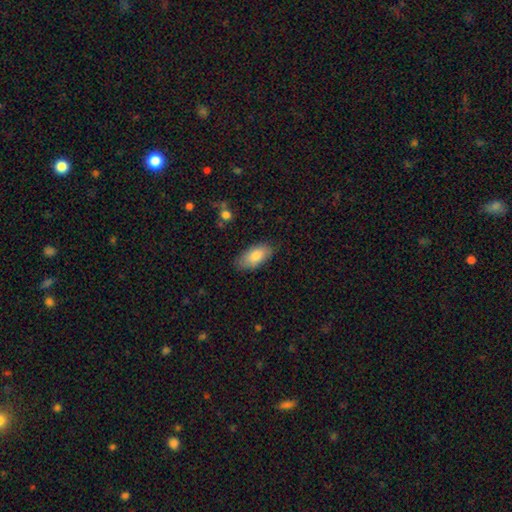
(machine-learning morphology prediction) This appears to be a smooth galaxy with no disk features (82%) that is in between round and cigar-shaped (92%). Merging: none (82%).